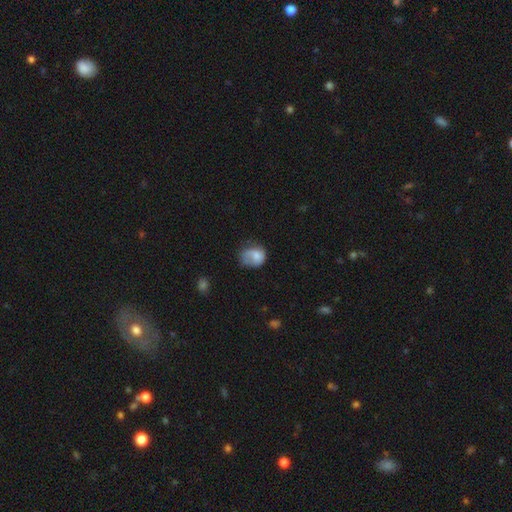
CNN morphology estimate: Smooth or featured?
  - smooth: 67% *
  - featured or disk: 25%
  - star or artifact: 8%
How rounded?
  - round: 54% *
  - in between: 45%
  - cigar-shaped: 1%
Merging?
  - none: 33% *
  - minor disturbance: 32%
  - major disturbance: 30%
  - merger: 5%